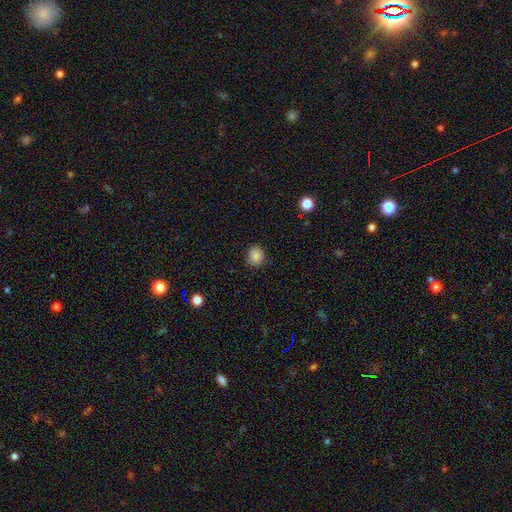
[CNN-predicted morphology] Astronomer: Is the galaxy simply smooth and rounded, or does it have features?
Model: smooth — 85%.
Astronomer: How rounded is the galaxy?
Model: round — 84%.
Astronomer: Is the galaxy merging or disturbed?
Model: none — 85%.